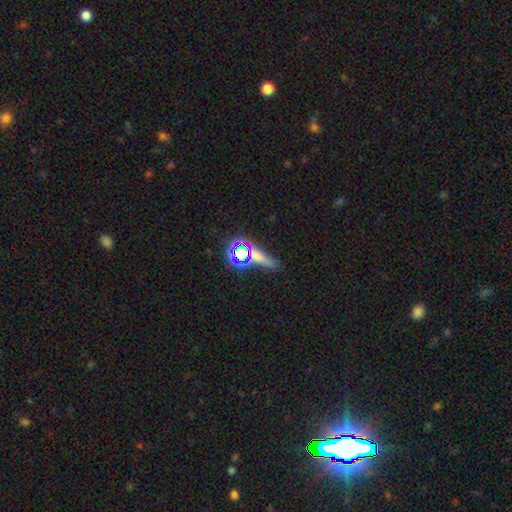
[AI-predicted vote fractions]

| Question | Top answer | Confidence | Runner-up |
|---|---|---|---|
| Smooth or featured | smooth | 43% | star or artifact (41%) |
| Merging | none | 66% | minor disturbance (14%) |